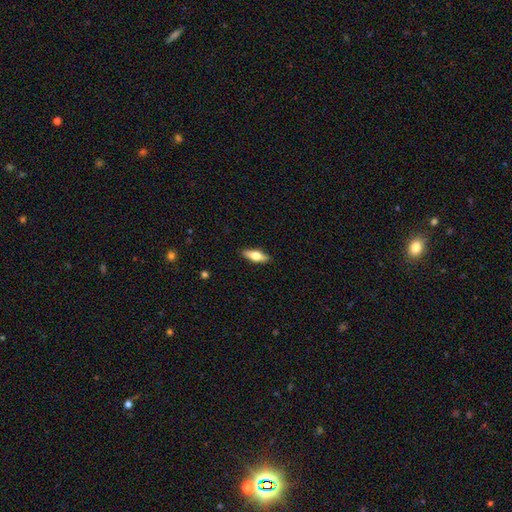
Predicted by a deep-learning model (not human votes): smooth-or-featured: smooth: 59% | featured or disk: 36% | star or artifact: 6%
  how-rounded: in between: 62% | cigar-shaped: 35% | round: 3%
  merging: none: 89% | minor disturbance: 8% | major disturbance: 2% | merger: 1%